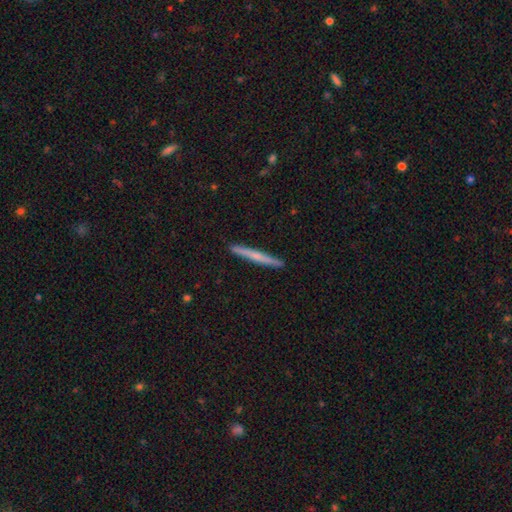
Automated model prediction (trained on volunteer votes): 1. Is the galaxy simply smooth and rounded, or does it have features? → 52% smooth, 42% featured or disk, 6% star or artifact.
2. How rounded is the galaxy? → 97% cigar-shaped, 2% in between, 1% round.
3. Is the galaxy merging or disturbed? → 92% none, 6% minor disturbance, 1% major disturbance, 1% merger.